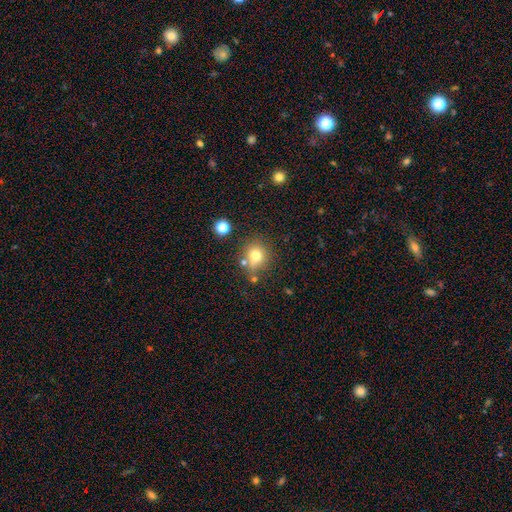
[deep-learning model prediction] A smooth galaxy with no disk features (74%) that is round (84%). Merging: none (65%).